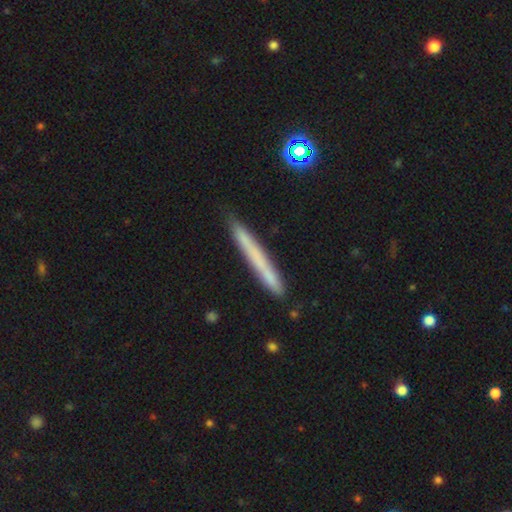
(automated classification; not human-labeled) smooth 62%, featured or disk 31%, star or artifact 7%. Down the decision tree: how rounded — cigar-shaped (97%); merging — none (83%).